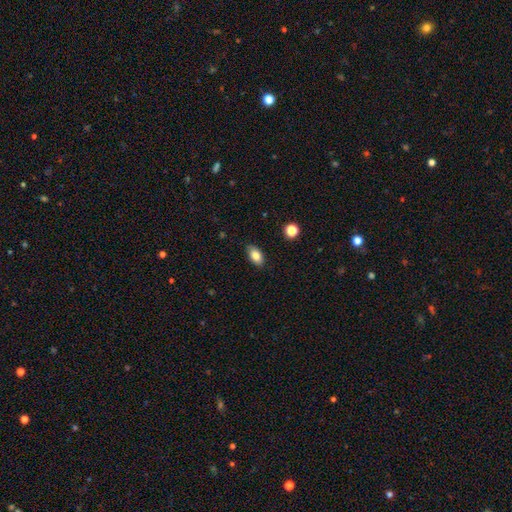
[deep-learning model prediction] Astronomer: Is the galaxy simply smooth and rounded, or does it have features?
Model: smooth — 83%.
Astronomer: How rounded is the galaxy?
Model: in between — 91%.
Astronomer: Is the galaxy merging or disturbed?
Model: none — 87%.